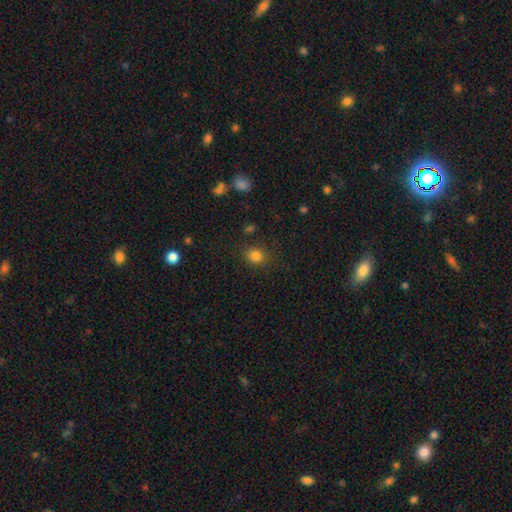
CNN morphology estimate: Smooth or featured: smooth — 81% (star or artifact — 14%)
How rounded: round — 70% (in between — 29%)
Merging: none — 82% (minor disturbance — 12%)